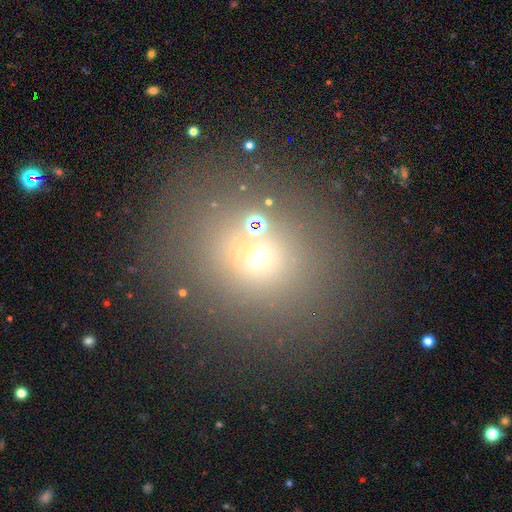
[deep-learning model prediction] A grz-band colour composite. It shows a smooth galaxy with no disk features (57%) that is round (79%). Merging: none (74%).